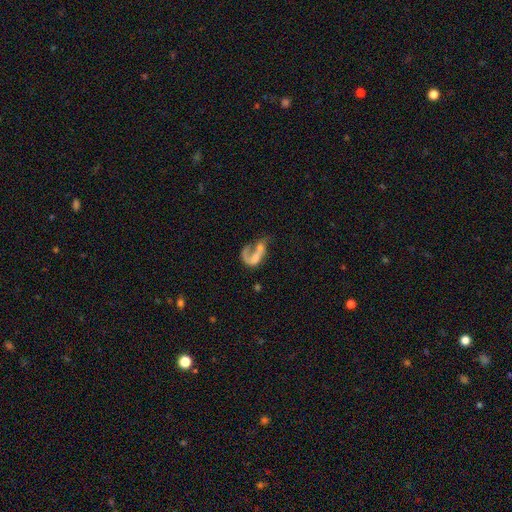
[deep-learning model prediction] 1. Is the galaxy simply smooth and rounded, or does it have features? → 58% featured or disk, 31% smooth, 11% star or artifact.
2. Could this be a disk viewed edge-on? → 96% no, 4% yes.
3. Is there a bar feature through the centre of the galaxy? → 69% no, 20% weak, 11% strong.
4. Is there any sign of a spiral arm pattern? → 51% yes, 49% no.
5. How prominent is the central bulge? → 63% none, 18% small, 12% moderate, 5% large, 2% dominant.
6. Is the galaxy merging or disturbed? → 48% major disturbance, 22% none, 18% merger, 12% minor disturbance.